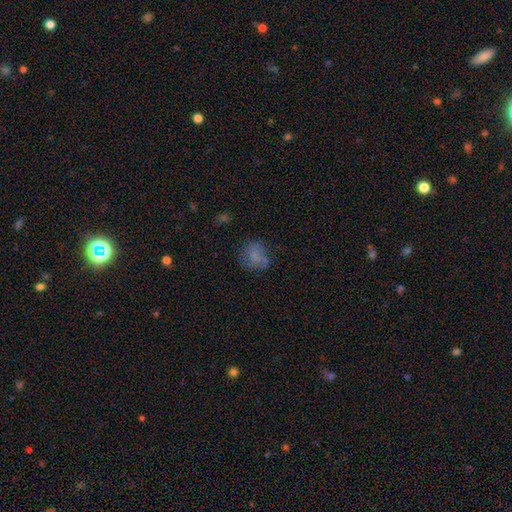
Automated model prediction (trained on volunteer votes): smooth-or-featured: smooth: 66% | featured or disk: 21% | star or artifact: 13%
  how-rounded: round: 72% | in between: 27% | cigar-shaped: 1%
  merging: none: 61% | minor disturbance: 23% | major disturbance: 13% | merger: 3%